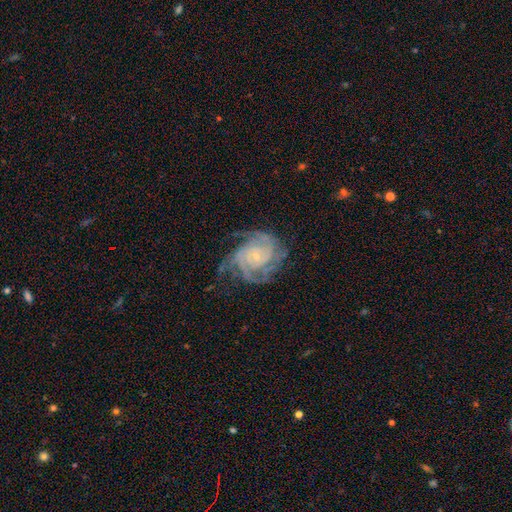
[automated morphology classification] Smooth or featured?
  - featured or disk: 88% *
  - star or artifact: 6%
  - smooth: 6%
Edge-on disk?
  - no: 98% *
  - yes: 2%
Bar?
  - no: 74% *
  - weak: 21%
  - strong: 5%
Spiral arms?
  - yes: 98% *
  - no: 2%
Spiral winding?
  - tight: 67% *
  - medium: 28%
  - loose: 5%
Spiral arm count?
  - 3: 28% *
  - 4: 24%
  - can't tell: 18%
  - 2: 16%
  - more than 4: 8%
  - 1: 7%
Bulge size?
  - small: 80% *
  - moderate: 13%
  - none: 5%
  - large: 1%
  - dominant: 1%
Merging?
  - none: 68% *
  - minor disturbance: 19%
  - major disturbance: 11%
  - merger: 1%